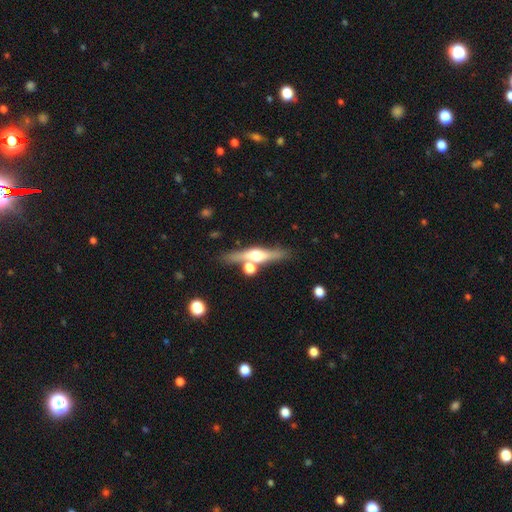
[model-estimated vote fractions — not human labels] Smooth or featured?
  - featured or disk: 66% *
  - smooth: 27%
  - star or artifact: 6%
Edge-on disk?
  - yes: 95% *
  - no: 5%
Edge-on bulge?
  - rounded: 93% *
  - boxy: 4%
  - none: 3%
Merging?
  - none: 74% *
  - merger: 14%
  - minor disturbance: 10%
  - major disturbance: 3%